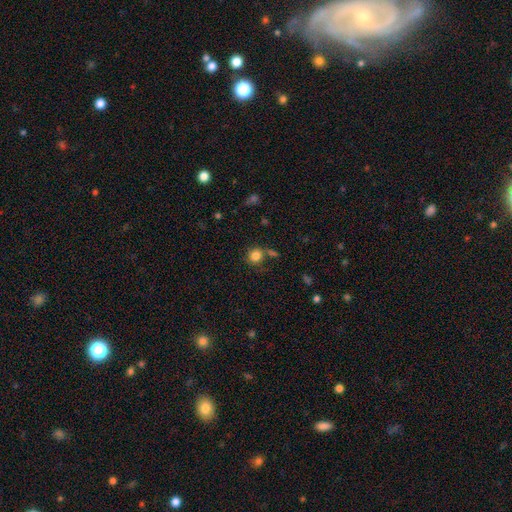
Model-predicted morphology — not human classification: Overall: smooth (83%). How rounded: round (85%). Merging: none (70%).